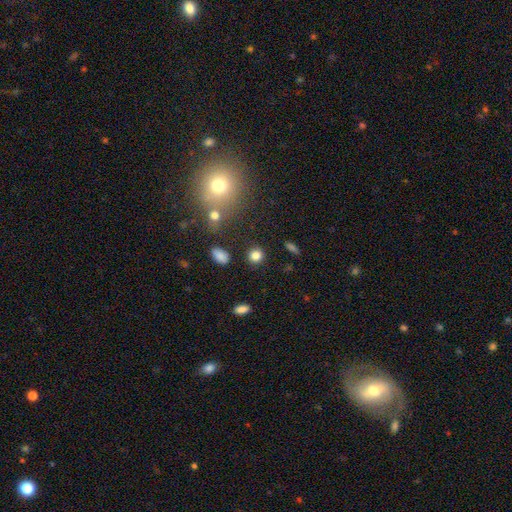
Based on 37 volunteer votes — Smooth or featured? 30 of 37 (81%) said smooth. How rounded? 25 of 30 (83%) said round. Merging? 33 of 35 (94%) said none.